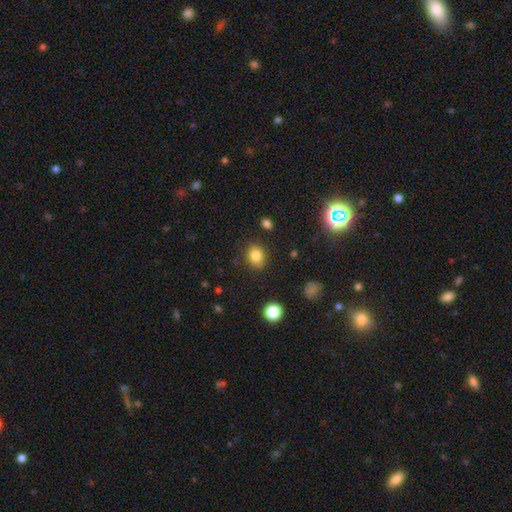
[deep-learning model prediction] Smooth or featured? smooth (82%)
How rounded? round (59%)
Merging? none (83%)